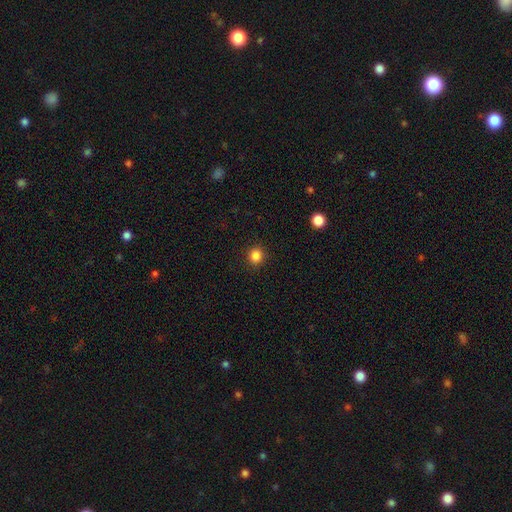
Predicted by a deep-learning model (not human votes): This is clearly a smooth galaxy (85%). How rounded: clearly round (88%). Merging: clearly none (91%).